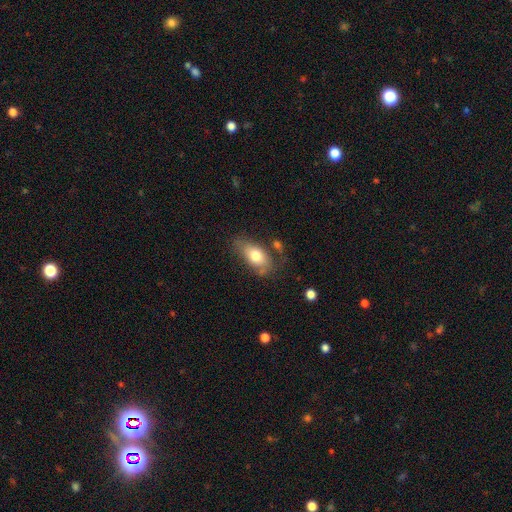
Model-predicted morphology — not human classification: Q: Smooth or featured?
A: smooth (73%); runner-up: featured or disk (20%)
Q: How rounded?
A: in between (89%); runner-up: round (6%)
Q: Merging?
A: none (59%); runner-up: minor disturbance (25%)